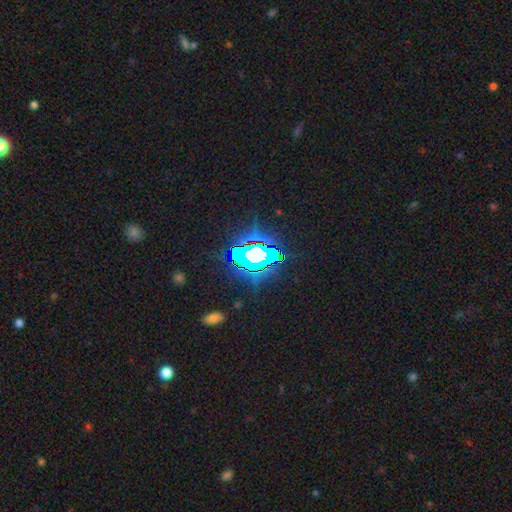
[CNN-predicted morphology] Smooth or featured? Predicted: star or artifact (p=0.66).